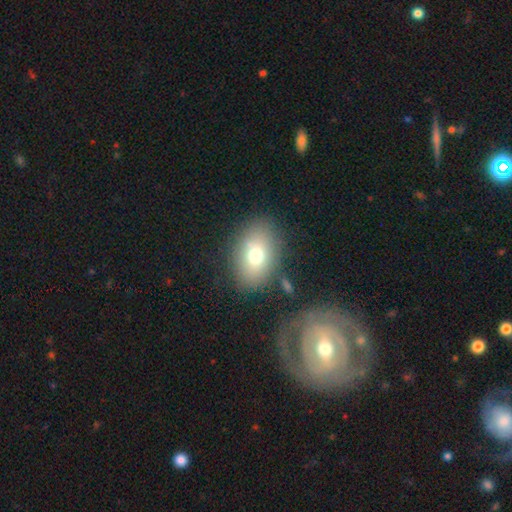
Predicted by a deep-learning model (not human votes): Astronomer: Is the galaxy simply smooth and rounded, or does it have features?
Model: smooth — 72%.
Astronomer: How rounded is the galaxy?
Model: in between — 77%.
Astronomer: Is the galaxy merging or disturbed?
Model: none — 78%.